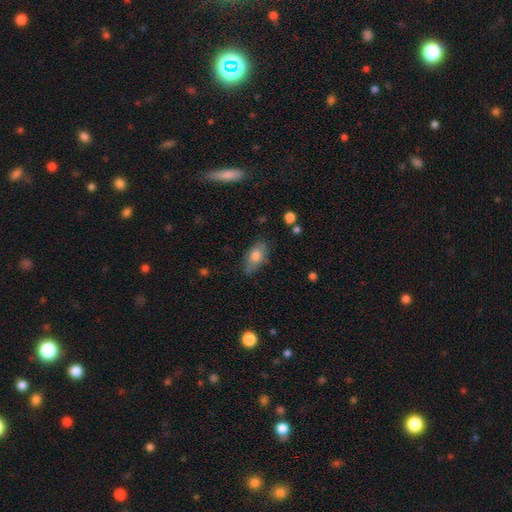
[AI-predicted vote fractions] A smooth galaxy with no disk features (74%) that is in between round and cigar-shaped (89%). Merging: none (73%).